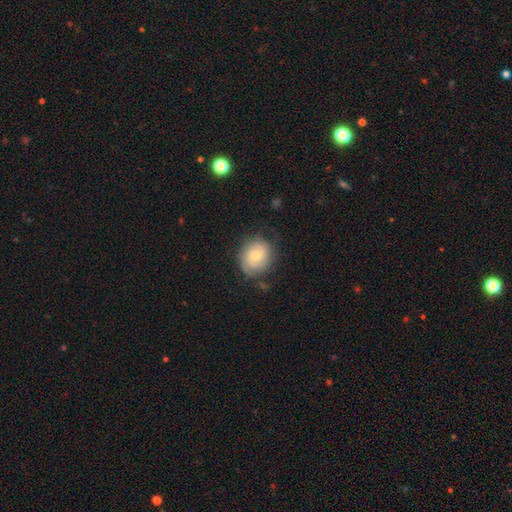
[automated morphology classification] A featured or disk galaxy (49%). Merging: none (69%).